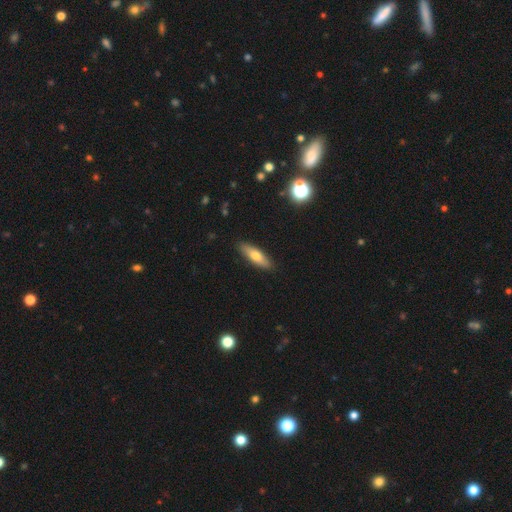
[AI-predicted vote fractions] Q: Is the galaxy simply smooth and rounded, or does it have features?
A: smooth — 67%.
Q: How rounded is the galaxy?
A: cigar-shaped — 55%.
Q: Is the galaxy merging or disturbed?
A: none — 89%.